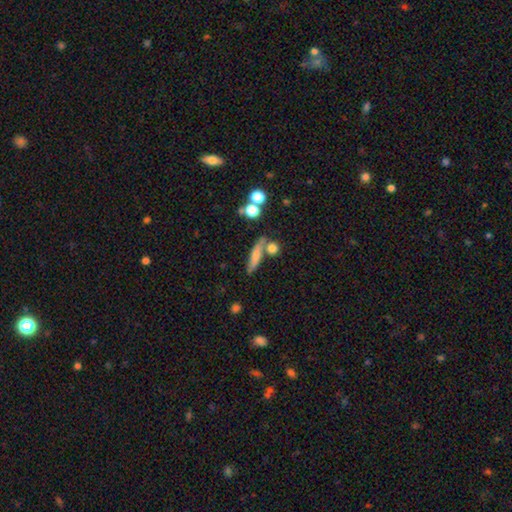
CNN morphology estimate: Smooth or featured? Predicted: smooth (p=0.59). How rounded? Predicted: cigar-shaped (p=0.70). Merging? Predicted: none (p=0.62).